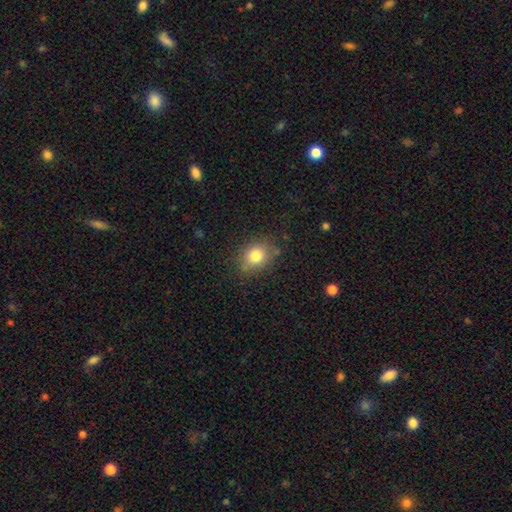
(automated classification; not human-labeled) A smooth galaxy with no disk features (79%) that is round (57%).

Vote fractions:
- Smooth or featured? smooth: 79% / star or artifact: 11% / featured or disk: 9%
- How rounded? round: 57% / in between: 42% / cigar-shaped: 1%
- Merging? none: 78% / minor disturbance: 15% / major disturbance: 5% / merger: 2%